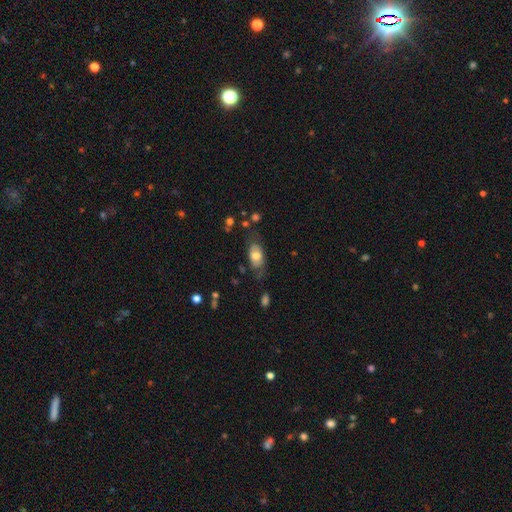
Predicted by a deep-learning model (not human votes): Smooth or featured? Predicted: smooth (p=0.59). How rounded? Predicted: in between (p=0.88). Merging? Predicted: none (p=0.55).